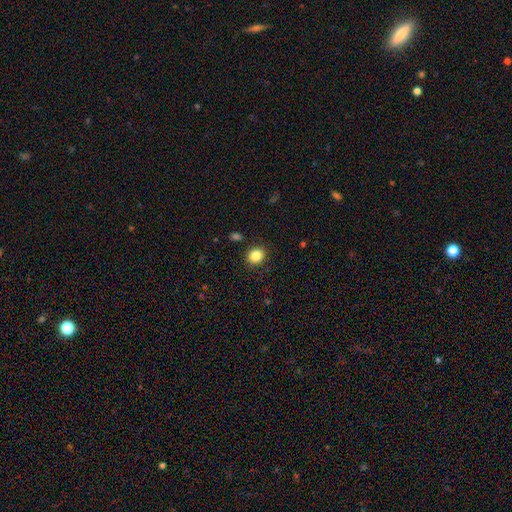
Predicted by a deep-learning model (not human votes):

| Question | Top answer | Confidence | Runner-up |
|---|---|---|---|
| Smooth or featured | smooth | 86% | star or artifact (10%) |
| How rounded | round | 74% | in between (25%) |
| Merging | none | 88% | minor disturbance (7%) |